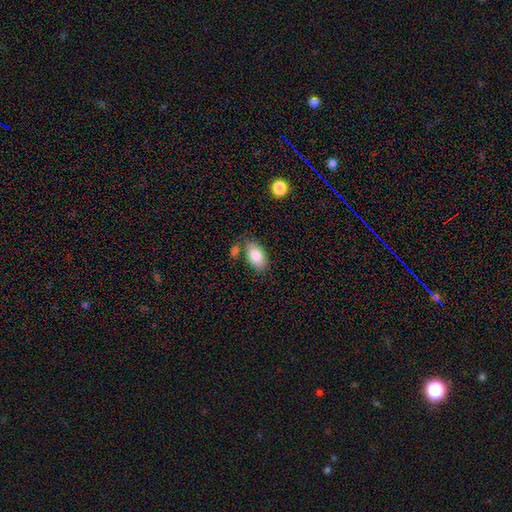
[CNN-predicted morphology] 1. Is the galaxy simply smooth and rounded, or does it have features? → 84% smooth, 9% featured or disk, 7% star or artifact.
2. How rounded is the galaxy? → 94% in between, 4% round, 2% cigar-shaped.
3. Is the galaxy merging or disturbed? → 69% none, 16% minor disturbance, 11% merger, 4% major disturbance.